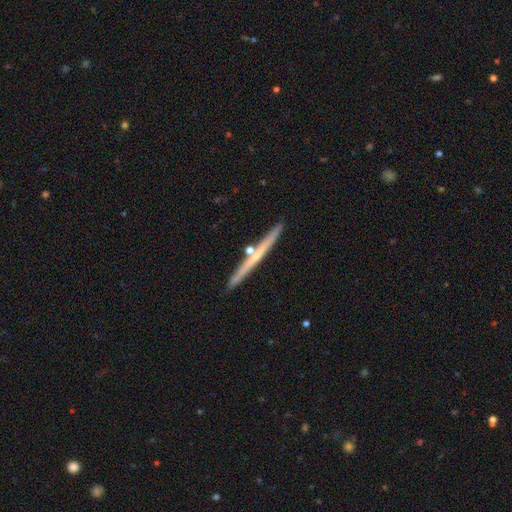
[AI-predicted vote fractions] featured or disk 56%, smooth 38%, star or artifact 6%. Down the decision tree: edge-on disk — yes (97%); edge-on bulge — none (70%); merging — none (85%).